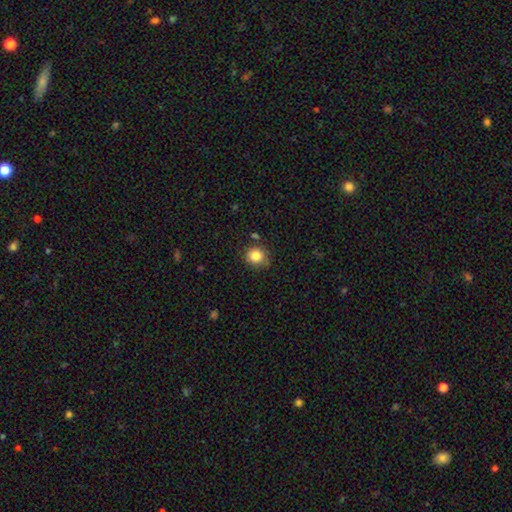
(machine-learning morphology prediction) Smooth or featured? Predicted: smooth (p=0.83). How rounded? Predicted: round (p=0.88). Merging? Predicted: none (p=0.80).